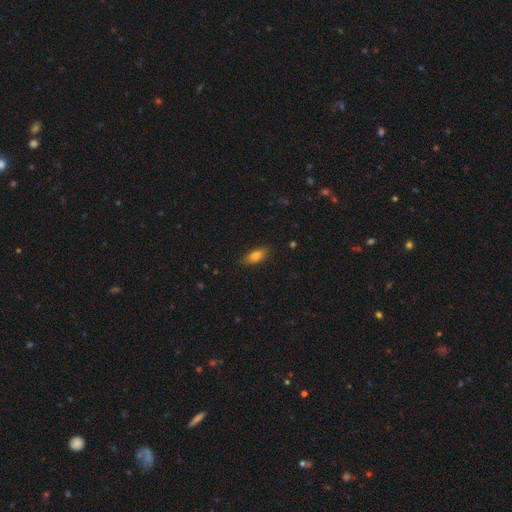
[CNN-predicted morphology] smooth 79%, featured or disk 13%, star or artifact 8%. Down the decision tree: how rounded — in between (78%); merging — none (84%).